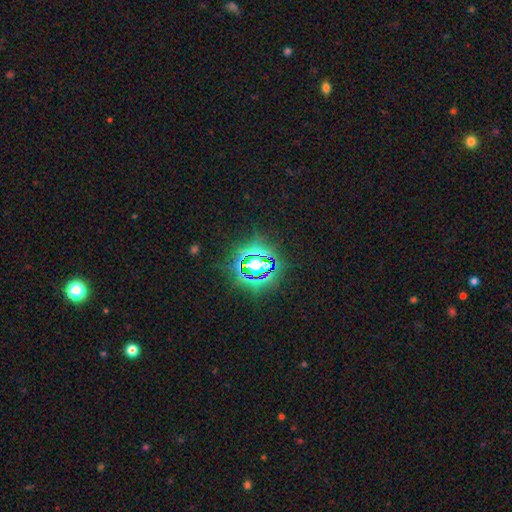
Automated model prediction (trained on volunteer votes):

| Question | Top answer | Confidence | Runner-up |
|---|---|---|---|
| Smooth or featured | star or artifact | 82% | smooth (12%) |